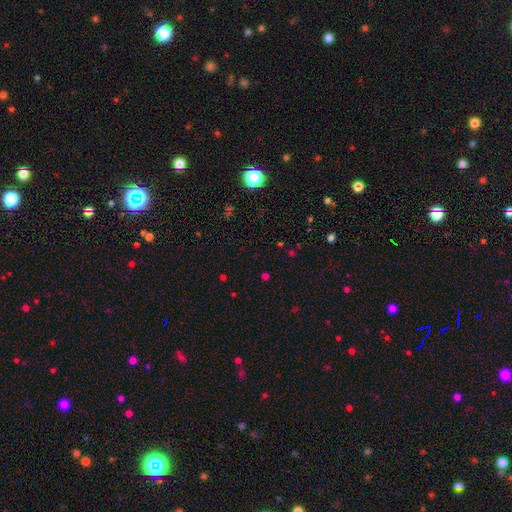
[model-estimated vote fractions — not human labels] Q: Smooth or featured?
A: star or artifact (58%); runner-up: smooth (35%)